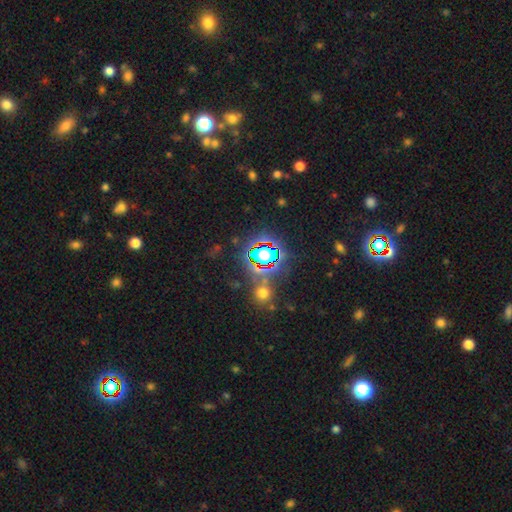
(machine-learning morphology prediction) A star or artifact, not a galaxy (80%).

Vote fractions:
- Smooth or featured? star or artifact: 80% / smooth: 12% / featured or disk: 8%